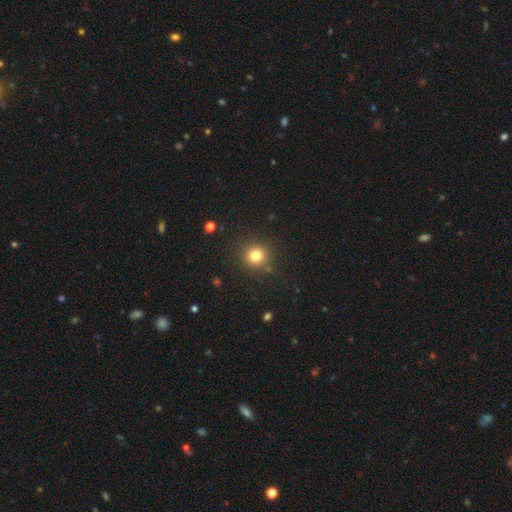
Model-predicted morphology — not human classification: A smooth galaxy with no disk features (80%) that is round (92%).

Vote fractions:
- Smooth or featured? smooth: 80% / star or artifact: 14% / featured or disk: 6%
- How rounded? round: 92% / in between: 7% / cigar-shaped: 1%
- Merging? none: 87% / minor disturbance: 8% / major disturbance: 3% / merger: 3%